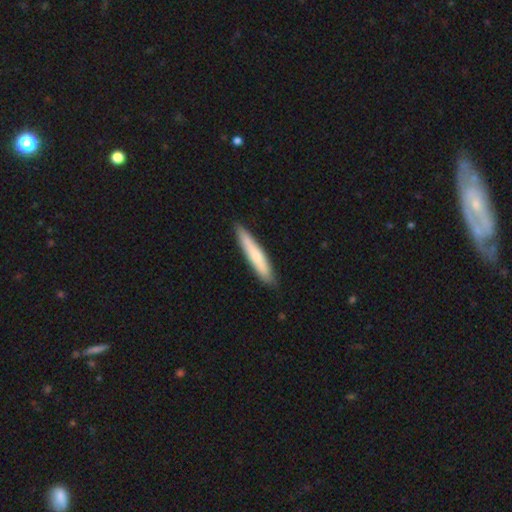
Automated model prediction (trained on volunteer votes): Overall: smooth (67%; featured or disk 28%). How rounded: cigar-shaped (92%). Merging: none (87%).